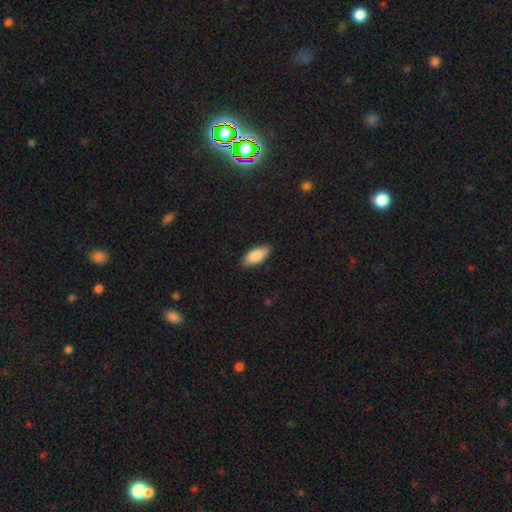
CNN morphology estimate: Smooth or featured? smooth (85%)
How rounded? in between (85%)
Merging? none (88%)